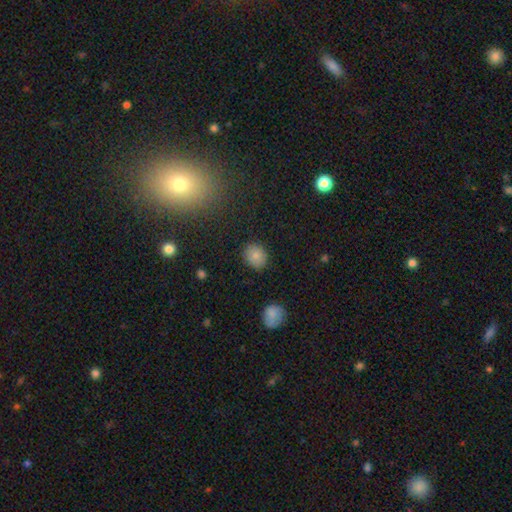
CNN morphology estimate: Smooth or featured: smooth — 82% (star or artifact — 10%)
How rounded: round — 72% (in between — 27%)
Merging: none — 86% (minor disturbance — 10%)